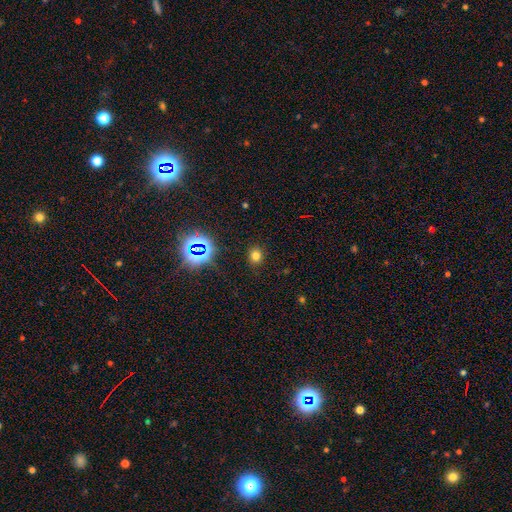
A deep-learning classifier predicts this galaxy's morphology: The model was most divided on "smooth or featured": smooth: 71%, star or artifact: 23%, featured or disk: 7%. More confident: merging — none (88%); how rounded — round (78%).